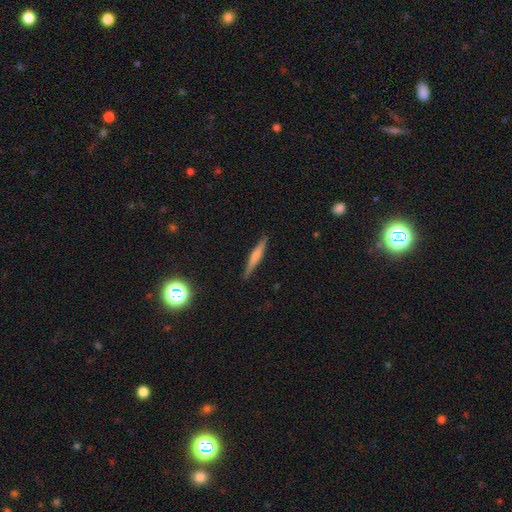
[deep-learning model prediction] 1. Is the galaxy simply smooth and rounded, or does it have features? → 58% smooth, 35% featured or disk, 7% star or artifact.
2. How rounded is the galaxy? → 93% cigar-shaped, 5% in between, 1% round.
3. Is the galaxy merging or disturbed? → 87% none, 10% minor disturbance, 2% major disturbance, 1% merger.